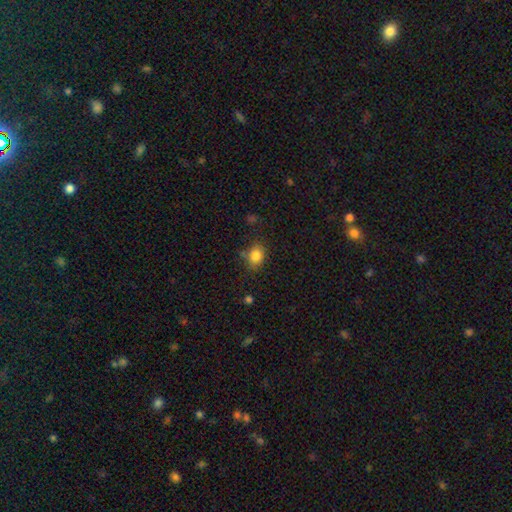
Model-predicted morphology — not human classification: Smooth or featured: smooth — 84% (star or artifact — 10%)
How rounded: round — 52% (in between — 47%)
Merging: none — 75% (minor disturbance — 16%)